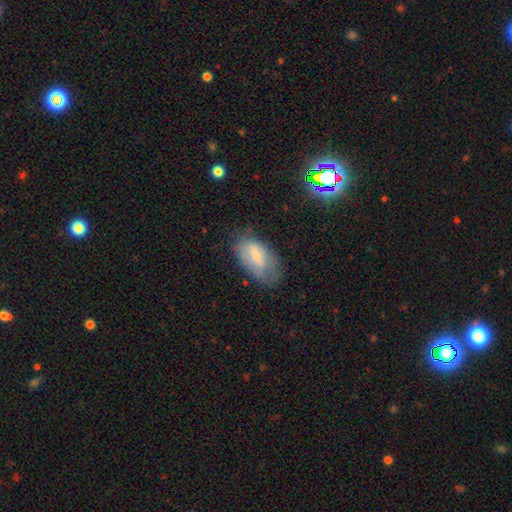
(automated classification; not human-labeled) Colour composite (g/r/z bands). It shows a smooth galaxy with no disk features (65%) that is in between round and cigar-shaped (92%). Merging: none (55%).